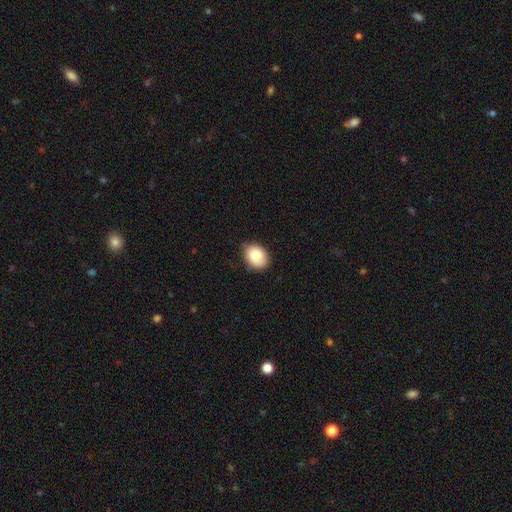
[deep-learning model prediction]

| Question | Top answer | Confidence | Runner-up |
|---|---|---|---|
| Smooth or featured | smooth | 86% | featured or disk (7%) |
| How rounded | in between | 66% | round (33%) |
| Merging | none | 70% | minor disturbance (25%) |